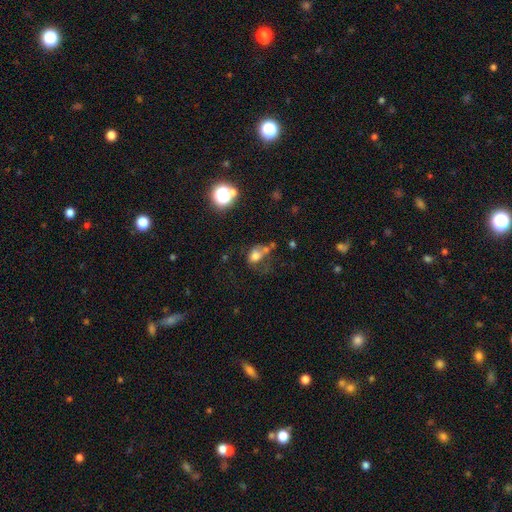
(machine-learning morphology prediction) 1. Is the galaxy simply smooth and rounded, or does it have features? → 63% smooth, 20% featured or disk, 18% star or artifact.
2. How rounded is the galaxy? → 56% in between, 43% round, 2% cigar-shaped.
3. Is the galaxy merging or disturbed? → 30% none, 26% major disturbance, 23% merger, 20% minor disturbance.